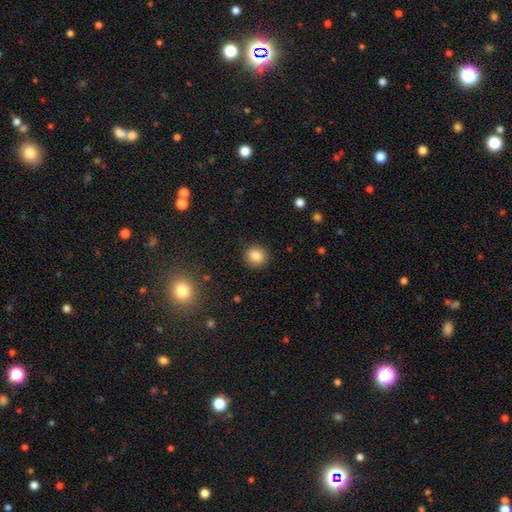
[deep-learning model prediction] This appears to be a smooth galaxy with no disk features (85%) that is round (85%). Merging: none (90%).